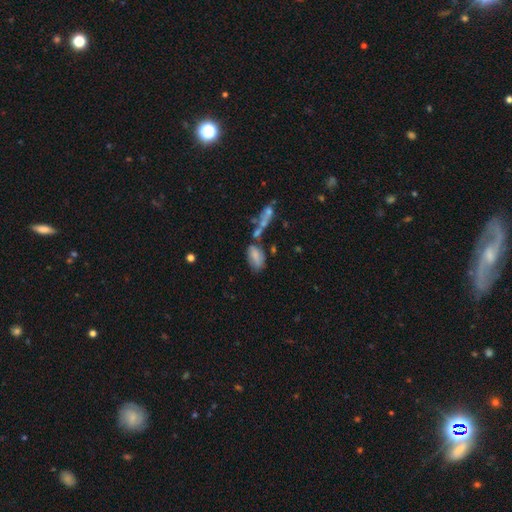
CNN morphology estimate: Smooth or featured: smooth — 74% (featured or disk — 18%)
How rounded: in between — 91% (cigar-shaped — 5%)
Merging: none — 39% (merger — 27%)